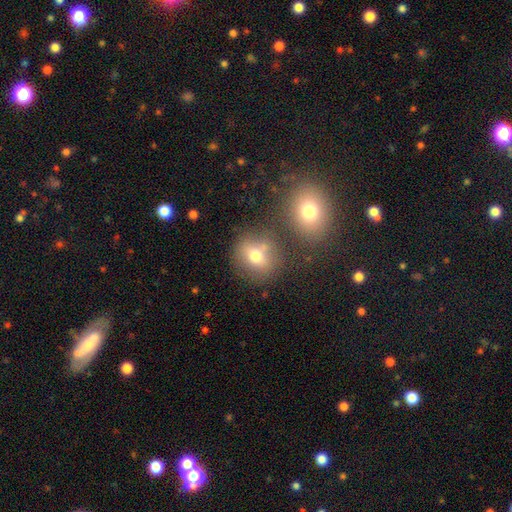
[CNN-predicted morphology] Smooth or featured: smooth — 71% (featured or disk — 16%)
How rounded: round — 72% (in between — 27%)
Merging: none — 59% (merger — 22%)